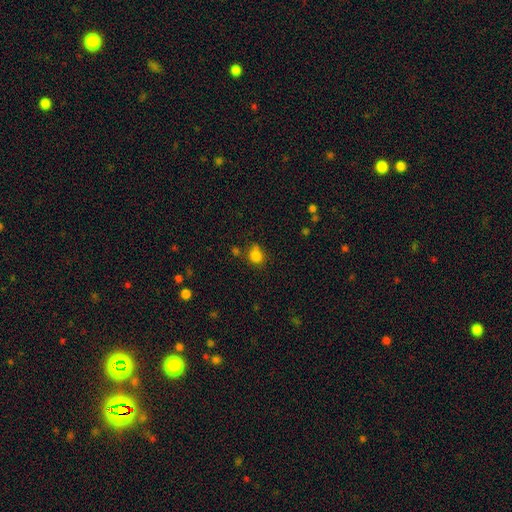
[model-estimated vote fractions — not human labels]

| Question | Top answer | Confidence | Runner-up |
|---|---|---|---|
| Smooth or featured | smooth | 81% | star or artifact (13%) |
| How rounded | round | 70% | in between (29%) |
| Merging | none | 61% | minor disturbance (22%) |